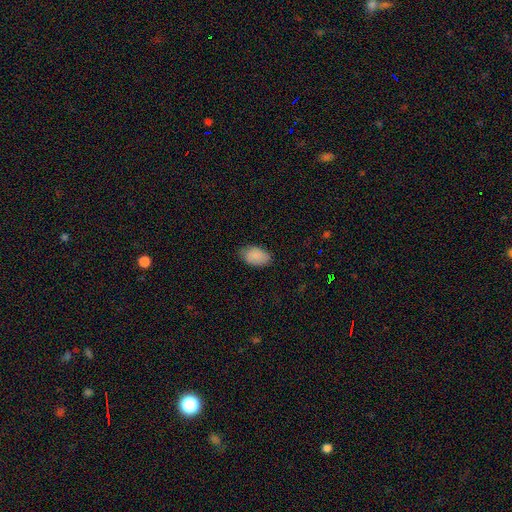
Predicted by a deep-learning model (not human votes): The model was most divided on "merging": none: 74%, minor disturbance: 21%, major disturbance: 4%, merger: 1%. More confident: how rounded — in between (92%); smooth or featured — smooth (87%).